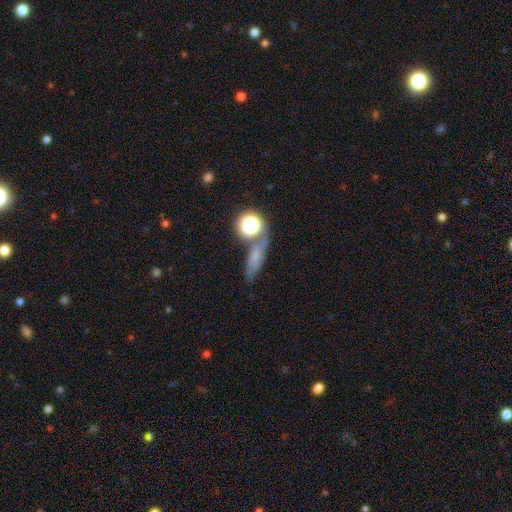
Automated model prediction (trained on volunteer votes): The model was most divided on "how rounded": in between: 36%, cigar-shaped: 35%, round: 29%. More confident: merging — none (57%); smooth or featured — smooth (51%).